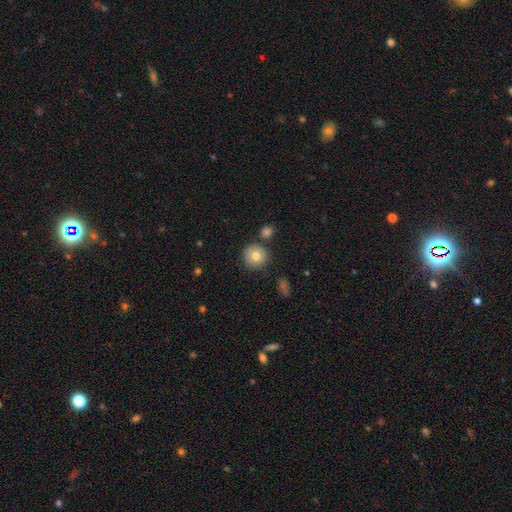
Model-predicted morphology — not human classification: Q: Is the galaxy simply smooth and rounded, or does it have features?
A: smooth — 78%.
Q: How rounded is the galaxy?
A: round — 92%.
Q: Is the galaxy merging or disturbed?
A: none — 81%.